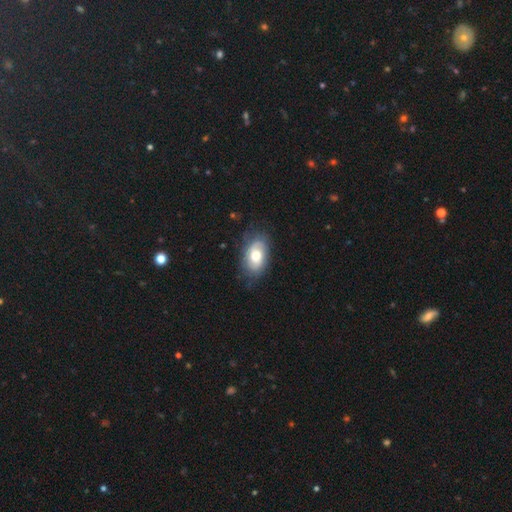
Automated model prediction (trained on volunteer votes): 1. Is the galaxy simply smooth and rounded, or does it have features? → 48% featured or disk, 45% smooth, 7% star or artifact.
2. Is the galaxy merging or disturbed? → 69% none, 21% minor disturbance, 8% major disturbance, 1% merger.